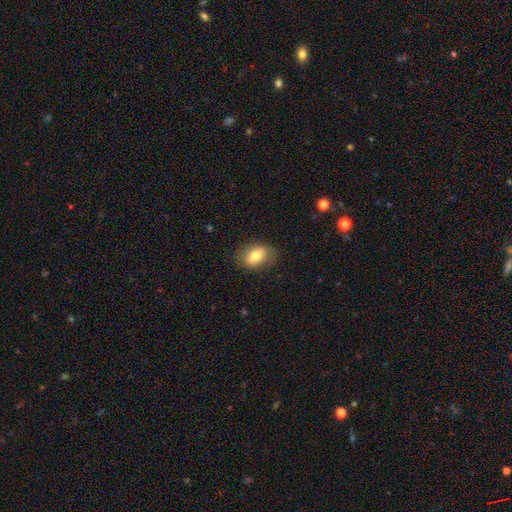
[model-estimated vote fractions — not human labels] The model was most divided on "smooth or featured": smooth: 76%, featured or disk: 16%, star or artifact: 8%. More confident: how rounded — in between (85%); merging — none (81%).